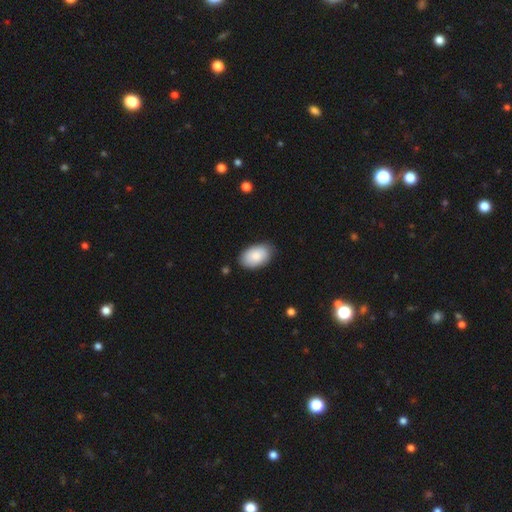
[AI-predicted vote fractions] Smooth or featured? Predicted: smooth (p=0.87). How rounded? Predicted: in between (p=0.94). Merging? Predicted: none (p=0.83).